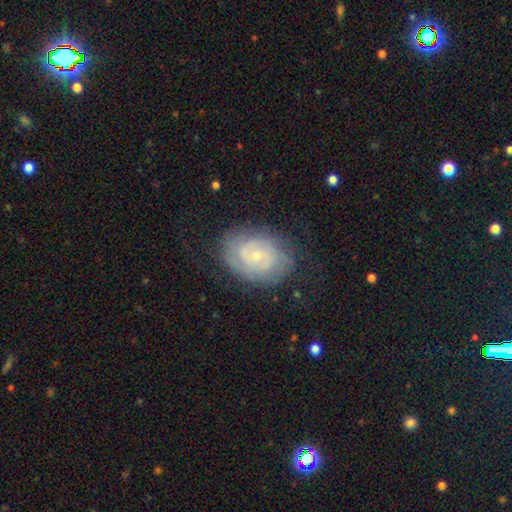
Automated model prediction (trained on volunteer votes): smooth_or_featured: featured or disk (p=0.77) [alt: smooth p=0.16]
disk_edge_on: no (p=0.97) [alt: yes p=0.03]
bar: no (p=0.60) [alt: weak p=0.34]
has_spiral_arms: yes (p=0.93) [alt: no p=0.07]
spiral_winding: tight (p=0.65) [alt: medium p=0.28]
spiral_arm_count: 2 (p=0.48) [alt: can't tell p=0.28]
bulge_size: small (p=0.79) [alt: moderate p=0.16]
merging: none (p=0.78) [alt: minor disturbance p=0.16]